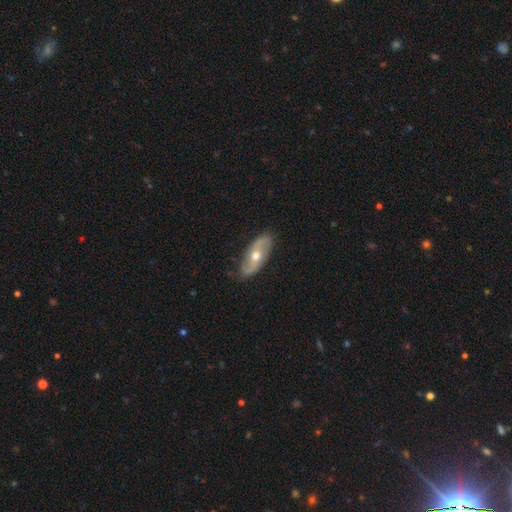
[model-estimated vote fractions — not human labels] Smooth or featured? featured or disk (72%)
Edge-on disk? no (87%)
Bar? no (63%)
Spiral arms? yes (82%)
Spiral winding? loose (47%)
Spiral arm count? 2 (88%)
Bulge size? moderate (76%)
Merging? none (83%)